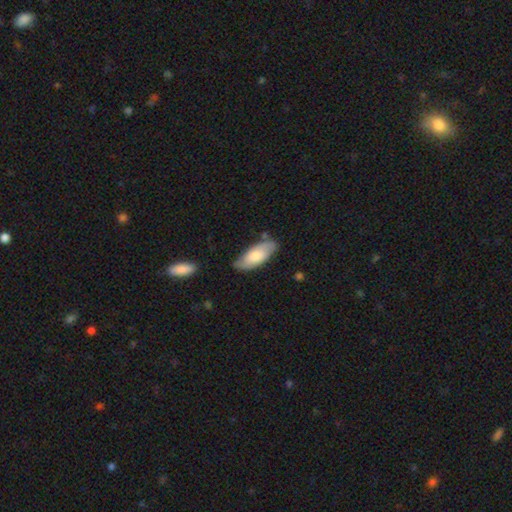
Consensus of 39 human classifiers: This appears to be a smooth galaxy with no disk features (72%) that is in between round and cigar-shaped (89%). Merging: none (50%).